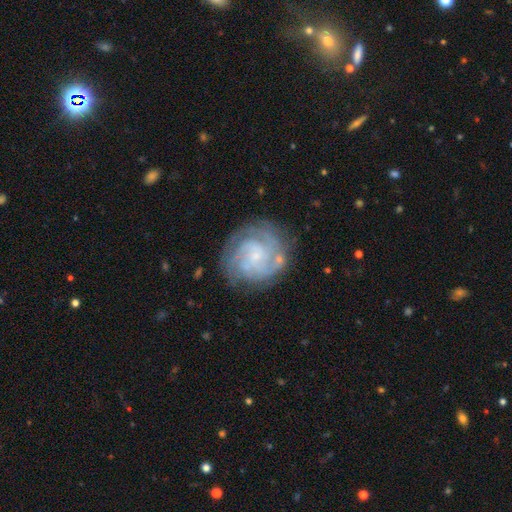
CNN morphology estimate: Smooth or featured: featured or disk — 85% (smooth — 9%)
Edge-on disk: no — 98% (yes — 2%)
Bar: no — 63% (weak — 31%)
Spiral arms: yes — 97% (no — 3%)
Spiral winding: tight — 67% (medium — 28%)
Spiral arm count: 3 — 32% (2 — 22%)
Bulge size: small — 71% (moderate — 15%)
Merging: none — 77% (minor disturbance — 15%)